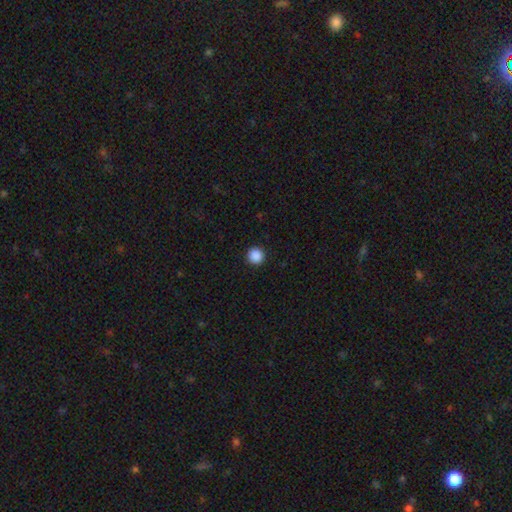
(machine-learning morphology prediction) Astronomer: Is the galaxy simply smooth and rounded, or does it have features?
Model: smooth — 88%.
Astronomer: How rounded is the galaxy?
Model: round — 96%.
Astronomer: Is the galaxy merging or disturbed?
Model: none — 93%.